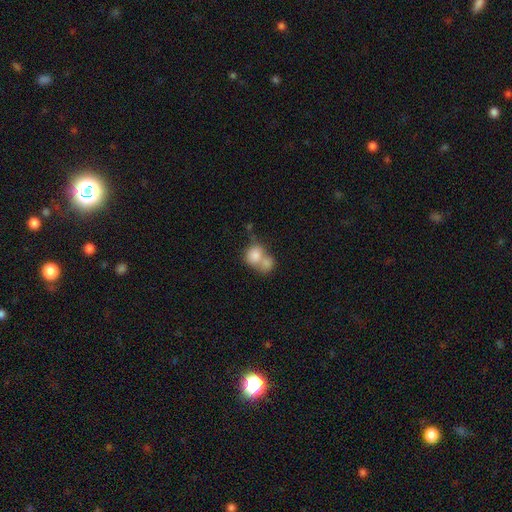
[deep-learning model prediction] Smooth or featured? smooth (79%)
How rounded? round (61%)
Merging? merger (68%)